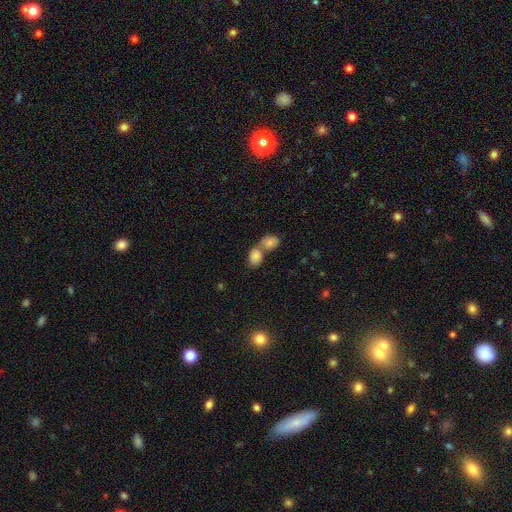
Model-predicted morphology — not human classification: Smooth or featured? smooth (82%)
How rounded? in between (74%)
Merging? merger (62%)